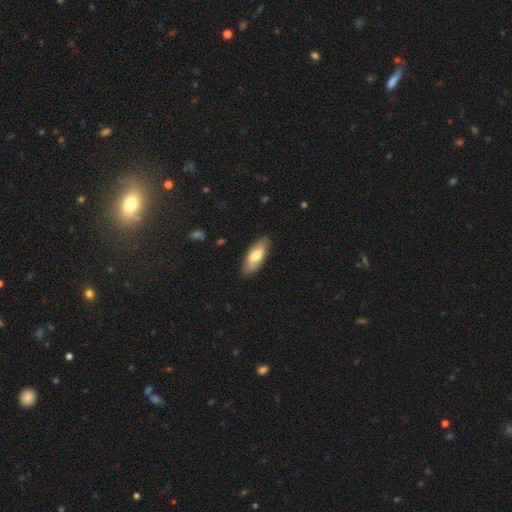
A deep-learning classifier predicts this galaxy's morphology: This is likely a smooth galaxy (68%). How rounded: likely in between (80%). Merging: clearly none (87%).